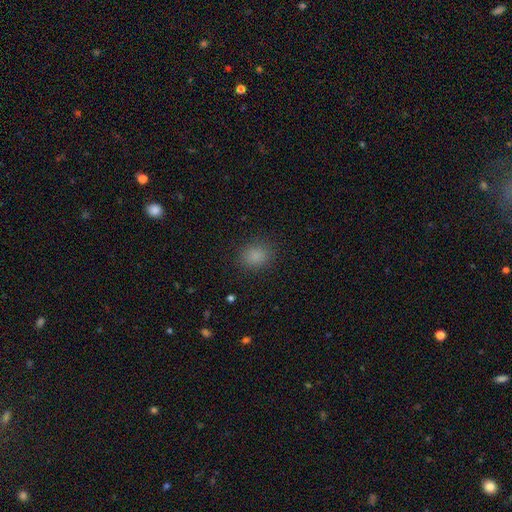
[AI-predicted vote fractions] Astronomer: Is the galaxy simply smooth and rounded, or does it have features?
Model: smooth — 83%.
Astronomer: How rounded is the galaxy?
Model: round — 65%.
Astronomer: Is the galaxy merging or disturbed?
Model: none — 87%.